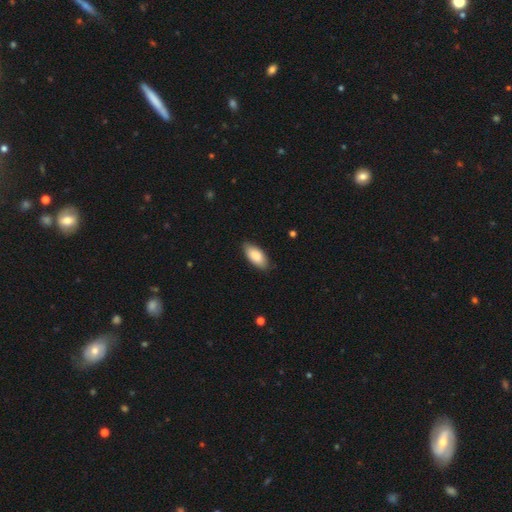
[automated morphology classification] smooth-or-featured: smooth: 87% | featured or disk: 8% | star or artifact: 6%
  how-rounded: in between: 90% | cigar-shaped: 8% | round: 2%
  merging: none: 85% | minor disturbance: 12% | major disturbance: 2% | merger: 1%